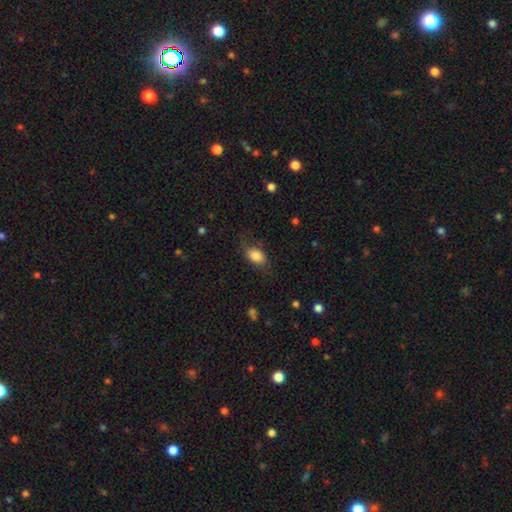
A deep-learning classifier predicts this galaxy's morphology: A smooth galaxy with no disk features (80%) that is in between round and cigar-shaped (83%).

Vote fractions:
- Smooth or featured? smooth: 80% / featured or disk: 13% / star or artifact: 8%
- How rounded? in between: 83% / round: 15% / cigar-shaped: 2%
- Merging? none: 63% / minor disturbance: 22% / major disturbance: 14% / merger: 2%